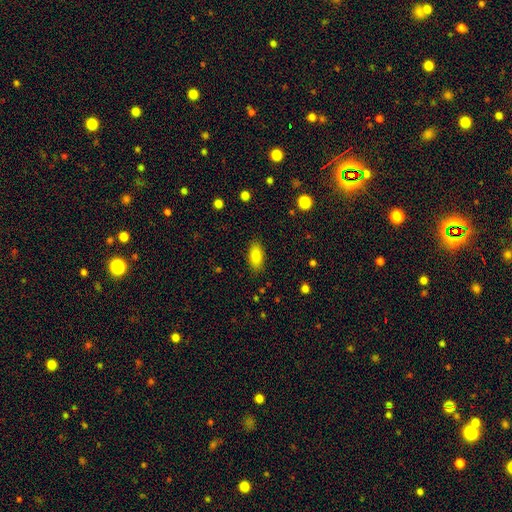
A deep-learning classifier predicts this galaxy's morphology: A smooth galaxy with no disk features (85%) that is in between round and cigar-shaped (89%). Merging: none (86%).